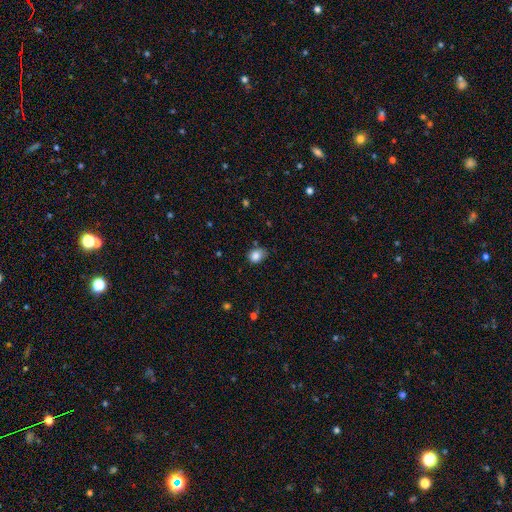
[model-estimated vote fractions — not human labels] This is clearly a smooth galaxy (84%). How rounded: possibly in between (54%). Merging: possibly none (58%).